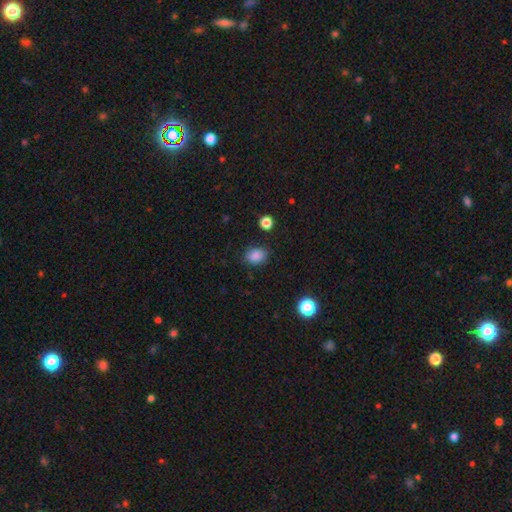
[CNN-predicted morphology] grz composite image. It shows a smooth galaxy with no disk features (86%) that is in between round and cigar-shaped (67%). Merging: none (83%).